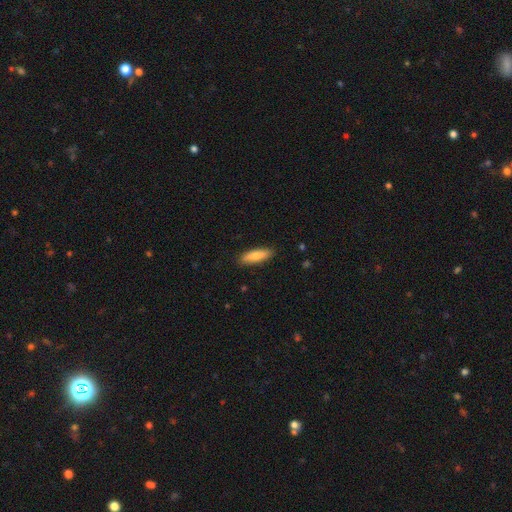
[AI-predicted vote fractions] Q: Smooth or featured?
A: smooth (80%); runner-up: featured or disk (14%)
Q: How rounded?
A: cigar-shaped (58%); runner-up: in between (40%)
Q: Merging?
A: none (88%); runner-up: minor disturbance (9%)